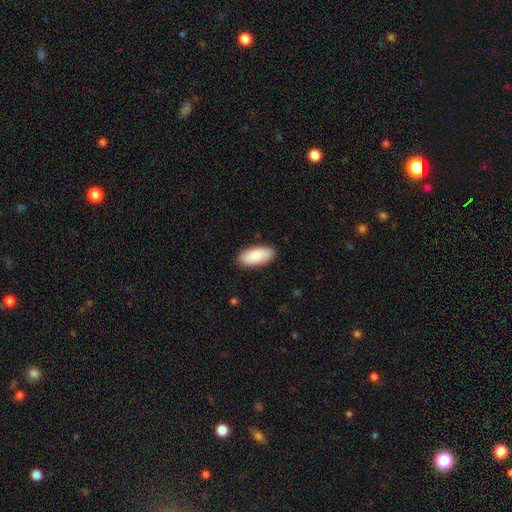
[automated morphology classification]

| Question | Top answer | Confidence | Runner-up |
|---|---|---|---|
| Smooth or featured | smooth | 83% | featured or disk (11%) |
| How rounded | in between | 91% | cigar-shaped (7%) |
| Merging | none | 88% | minor disturbance (9%) |